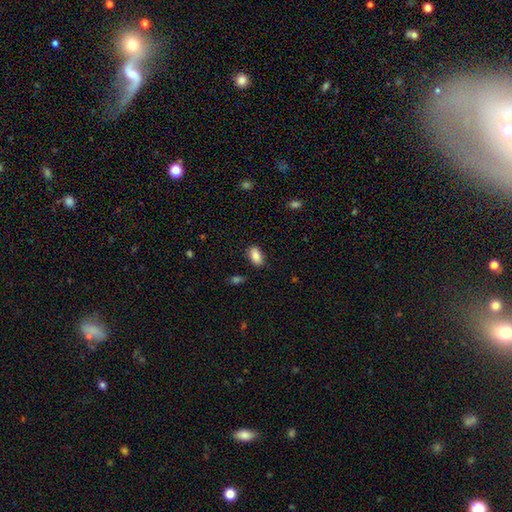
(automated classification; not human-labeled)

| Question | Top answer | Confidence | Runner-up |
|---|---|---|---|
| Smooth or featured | smooth | 87% | star or artifact (7%) |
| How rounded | in between | 92% | round (5%) |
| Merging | none | 84% | minor disturbance (12%) |